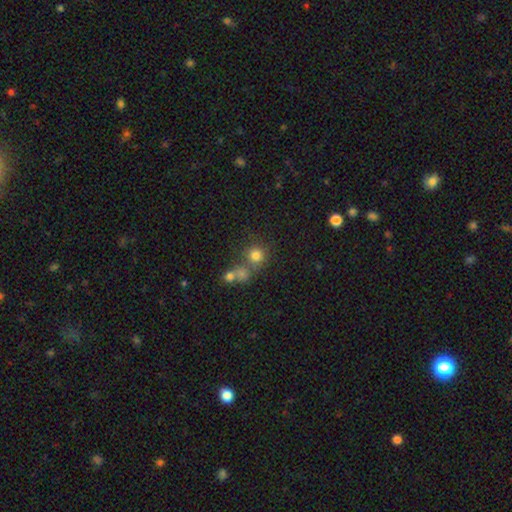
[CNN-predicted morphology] A smooth galaxy with no disk features (76%) that is round (88%). Merging: none (59%).